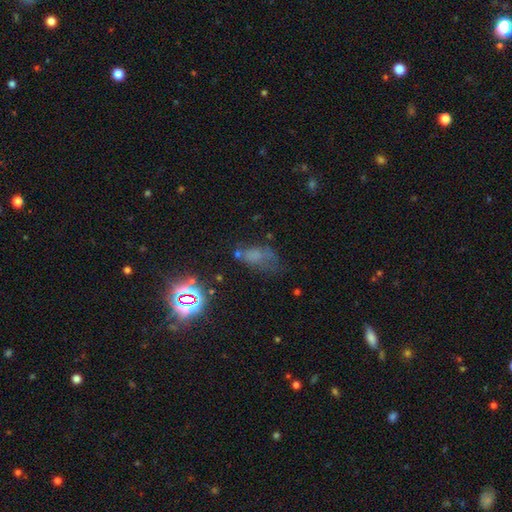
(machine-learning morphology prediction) This is possibly a smooth galaxy (48%). Merging: marginally none (37%).